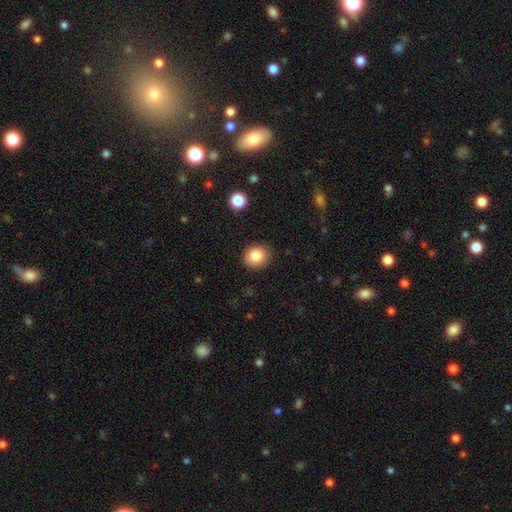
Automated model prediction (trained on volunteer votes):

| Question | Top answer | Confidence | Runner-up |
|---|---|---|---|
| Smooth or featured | smooth | 84% | star or artifact (9%) |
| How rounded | round | 69% | in between (31%) |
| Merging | none | 86% | minor disturbance (10%) |